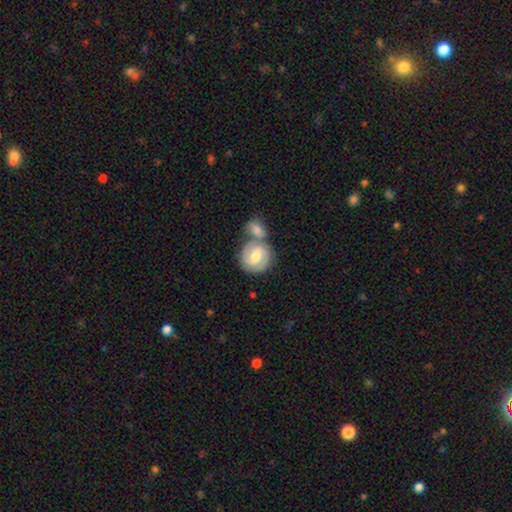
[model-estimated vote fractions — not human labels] Smooth or featured? Predicted: featured or disk (p=0.65). Edge-on disk? Predicted: no (p=0.97). Bar? Predicted: weak (p=0.54). Spiral arms? Predicted: yes (p=0.88). Spiral winding? Predicted: tight (p=0.53). Spiral arm count? Predicted: 2 (p=0.78). Bulge size? Predicted: moderate (p=0.68). Merging? Predicted: merger (p=0.50).